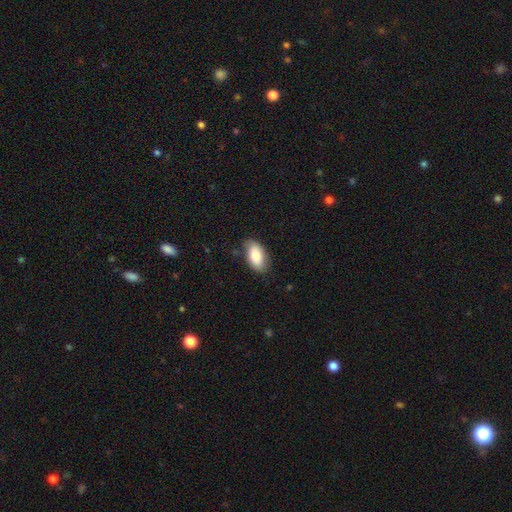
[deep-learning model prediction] Smooth or featured?
  - smooth: 81% *
  - featured or disk: 13%
  - star or artifact: 6%
How rounded?
  - in between: 94% *
  - round: 3%
  - cigar-shaped: 3%
Merging?
  - none: 78% *
  - minor disturbance: 17%
  - major disturbance: 3%
  - merger: 1%